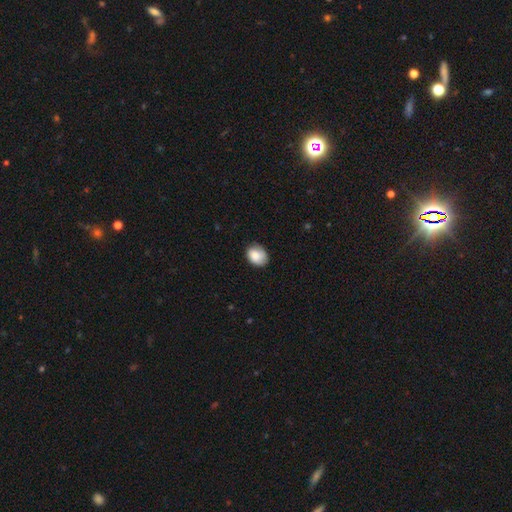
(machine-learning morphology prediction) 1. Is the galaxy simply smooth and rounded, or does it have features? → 82% smooth, 11% featured or disk, 7% star or artifact.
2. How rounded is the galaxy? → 65% in between, 34% round, 1% cigar-shaped.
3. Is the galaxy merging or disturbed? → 72% none, 22% minor disturbance, 4% major disturbance, 1% merger.